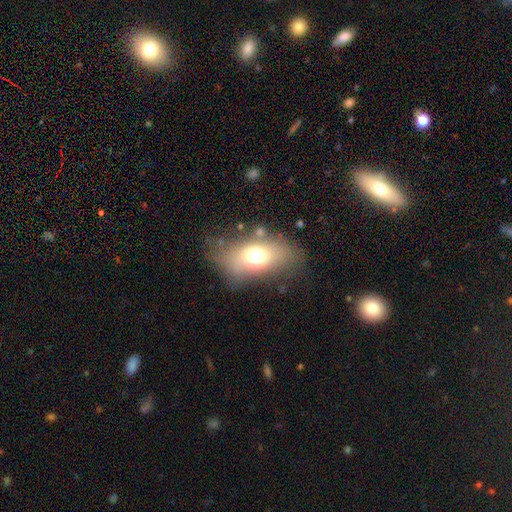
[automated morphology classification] smooth_or_featured: smooth (p=0.64) [alt: featured or disk p=0.23]
how_rounded: in between (p=0.82) [alt: round p=0.13]
merging: none (p=0.67) [alt: minor disturbance p=0.19]